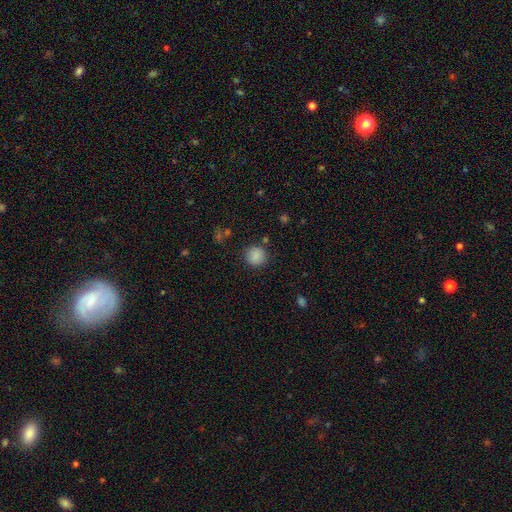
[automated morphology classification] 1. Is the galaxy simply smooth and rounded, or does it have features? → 86% smooth, 10% star or artifact, 4% featured or disk.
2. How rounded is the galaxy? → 90% round, 9% in between, 1% cigar-shaped.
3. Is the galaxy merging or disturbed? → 86% none, 9% minor disturbance, 3% major disturbance, 2% merger.